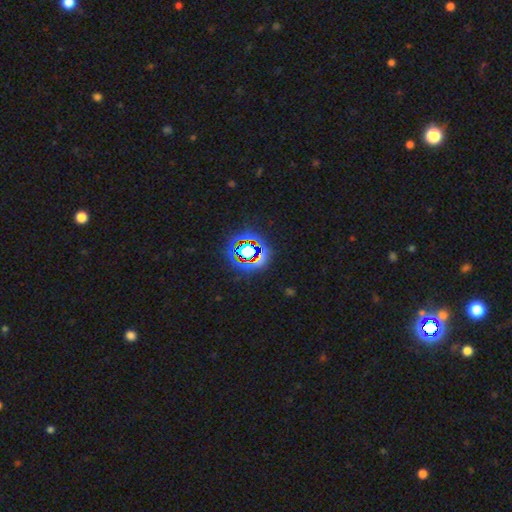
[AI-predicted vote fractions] Smooth or featured?
  - star or artifact: 72% *
  - smooth: 17%
  - featured or disk: 11%